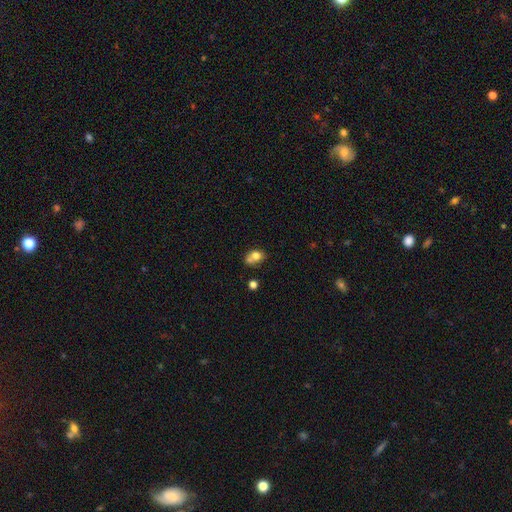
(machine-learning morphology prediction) This is likely a smooth galaxy (72%). How rounded: possibly in between (51%). Merging: marginally merger (40%).